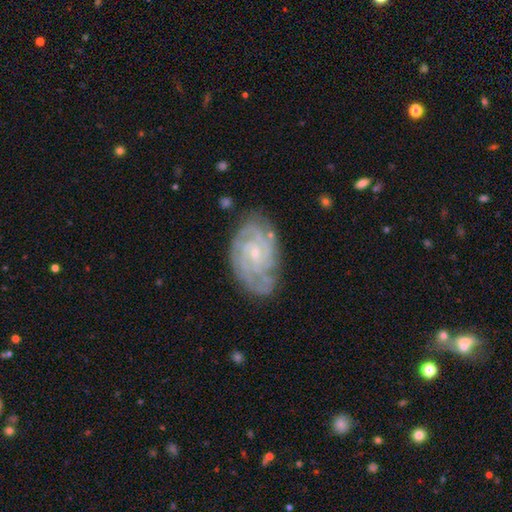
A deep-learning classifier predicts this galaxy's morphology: smooth-or-featured: featured or disk: 79% | smooth: 12% | star or artifact: 9%
  disk-edge-on: no: 96% | yes: 4%
    bar: no: 59% | weak: 33% | strong: 8%
    has-spiral-arms: yes: 95% | no: 5%
      spiral-winding: tight: 70% | medium: 25% | loose: 5%
      spiral-arm-count: can't tell: 33% | 2: 23% | 3: 18% | 4: 13% | more than 4: 7% | 1: 6%
    bulge-size: small: 73% | moderate: 21% | none: 4% | large: 1% | dominant: 1%
  merging: none: 77% | minor disturbance: 17% | major disturbance: 5% | merger: 2%